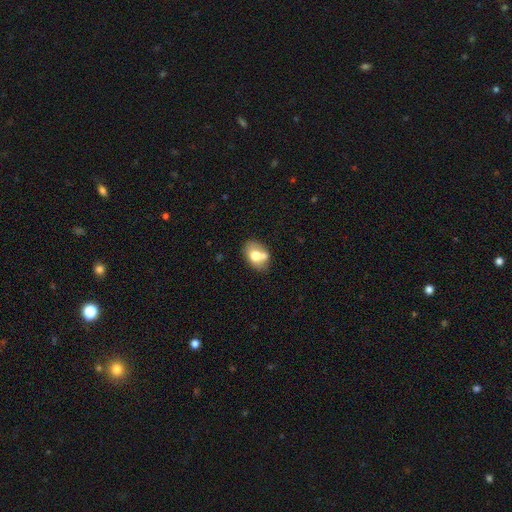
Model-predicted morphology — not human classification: Smooth or featured: smooth — 67% (featured or disk — 25%)
How rounded: in between — 74% (round — 25%)
Merging: none — 50% (merger — 29%)